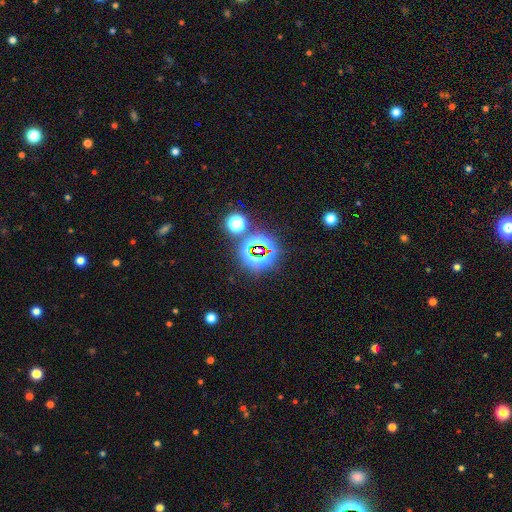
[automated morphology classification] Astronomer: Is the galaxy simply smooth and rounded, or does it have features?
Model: star or artifact — 73%.